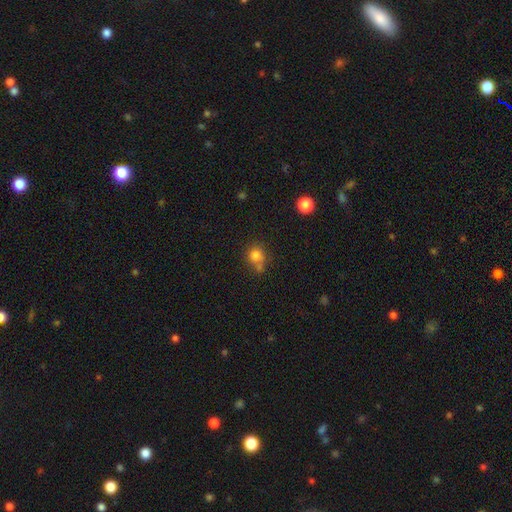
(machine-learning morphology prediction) Smooth or featured: smooth — 78% (star or artifact — 13%)
How rounded: round — 79% (in between — 19%)
Merging: none — 51% (merger — 25%)